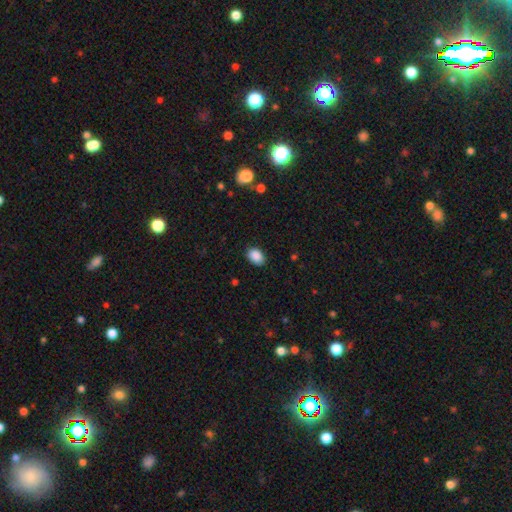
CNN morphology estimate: A smooth galaxy with no disk features (89%) that is in between round and cigar-shaped (80%).

Vote fractions:
- Smooth or featured? smooth: 89% / star or artifact: 8% / featured or disk: 3%
- How rounded? in between: 80% / round: 19% / cigar-shaped: 1%
- Merging? none: 87% / minor disturbance: 10% / major disturbance: 2% / merger: 1%